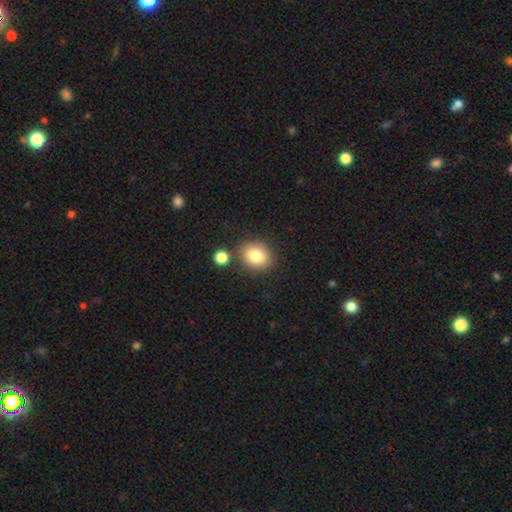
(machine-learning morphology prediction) Smooth or featured? Predicted: smooth (p=0.84). How rounded? Predicted: round (p=0.59). Merging? Predicted: none (p=0.76).